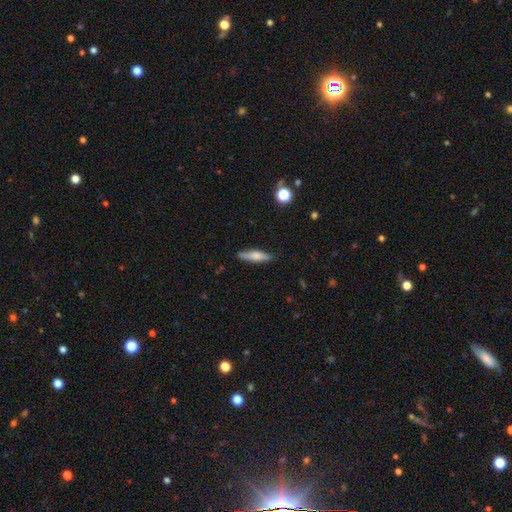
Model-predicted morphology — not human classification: Smooth or featured: smooth — 56% (featured or disk — 37%)
How rounded: cigar-shaped — 76% (in between — 22%)
Merging: none — 85% (minor disturbance — 12%)